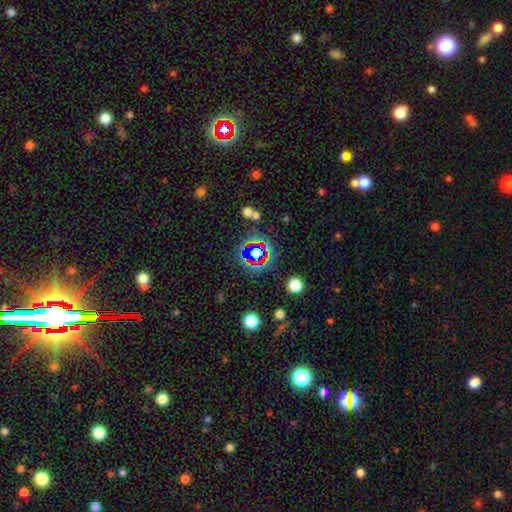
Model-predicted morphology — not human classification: Q: Smooth or featured?
A: star or artifact (57%); runner-up: smooth (28%)